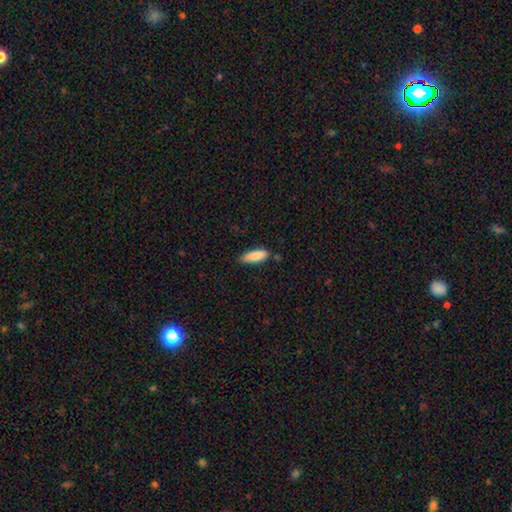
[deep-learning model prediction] This appears to be a smooth galaxy with no disk features (88%) that is in between round and cigar-shaped (56%). Merging: none (74%).